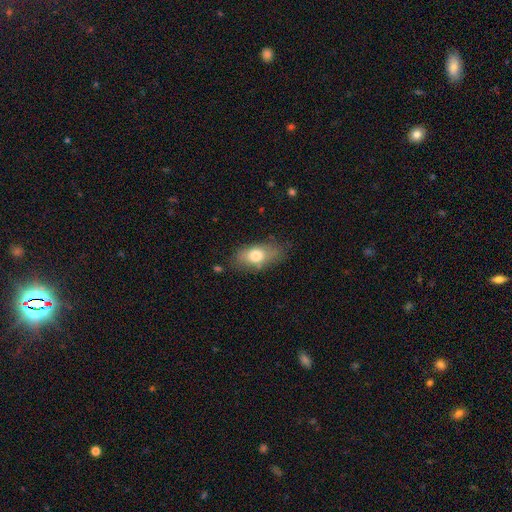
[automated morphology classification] Smooth or featured: smooth — 73% (featured or disk — 20%)
How rounded: in between — 86% (cigar-shaped — 7%)
Merging: none — 69% (minor disturbance — 22%)